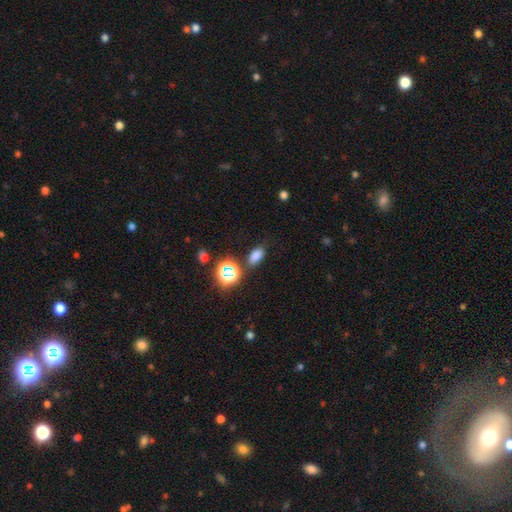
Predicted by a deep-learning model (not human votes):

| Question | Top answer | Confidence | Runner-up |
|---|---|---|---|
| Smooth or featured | smooth | 73% | star or artifact (21%) |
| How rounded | in between | 86% | round (11%) |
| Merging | none | 79% | minor disturbance (12%) |